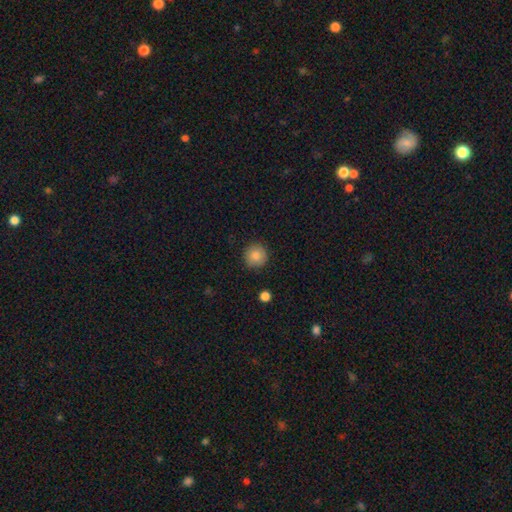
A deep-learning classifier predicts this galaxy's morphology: Smooth or featured? smooth (84%)
How rounded? round (95%)
Merging? none (90%)